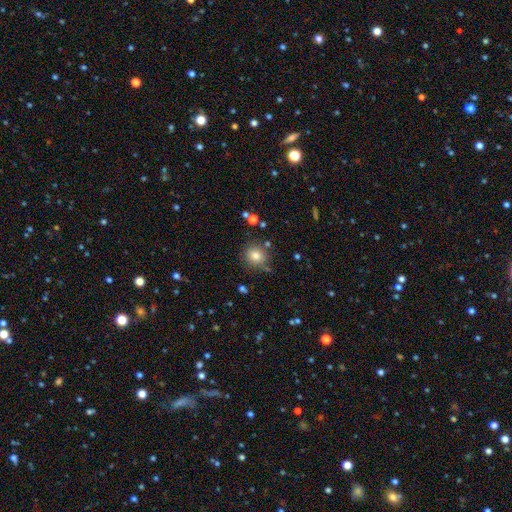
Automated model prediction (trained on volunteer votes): Smooth or featured? Predicted: smooth (p=0.79). How rounded? Predicted: round (p=0.87). Merging? Predicted: none (p=0.77).